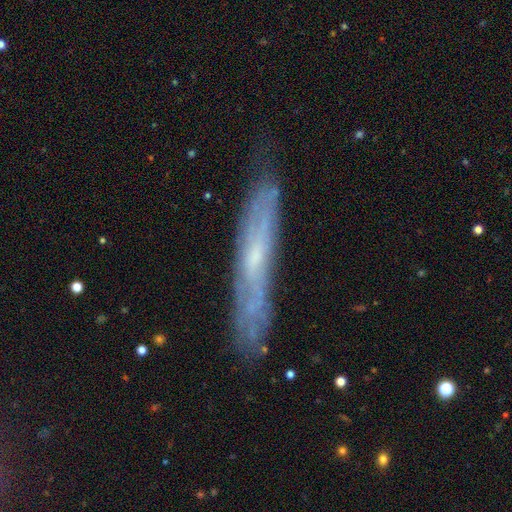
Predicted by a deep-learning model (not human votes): smooth-or-featured: featured or disk: 63% | smooth: 28% | star or artifact: 9%
  disk-edge-on: yes: 66% | no: 34%
  merging: none: 76% | minor disturbance: 18% | major disturbance: 4% | merger: 2%